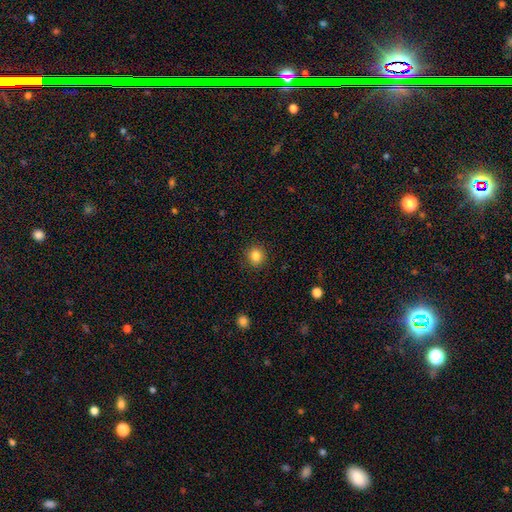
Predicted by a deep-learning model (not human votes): smooth_or_featured: smooth (p=0.84) [alt: star or artifact p=0.11]
how_rounded: round (p=0.84) [alt: in between p=0.15]
merging: none (p=0.90) [alt: minor disturbance p=0.07]